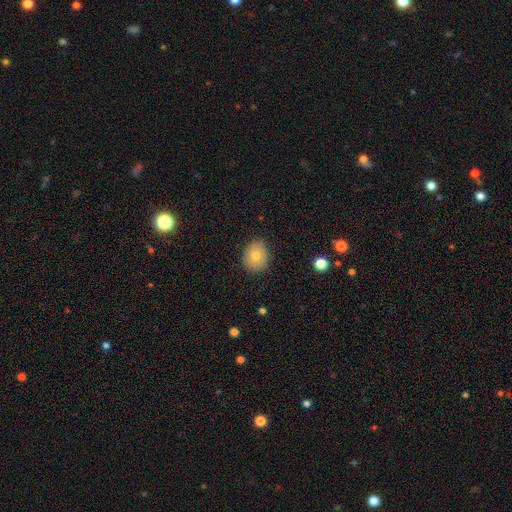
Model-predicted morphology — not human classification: Smooth or featured?
  - smooth: 74% *
  - featured or disk: 17%
  - star or artifact: 10%
How rounded?
  - round: 69% *
  - in between: 30%
  - cigar-shaped: 1%
Merging?
  - none: 85% *
  - minor disturbance: 11%
  - major disturbance: 2%
  - merger: 1%